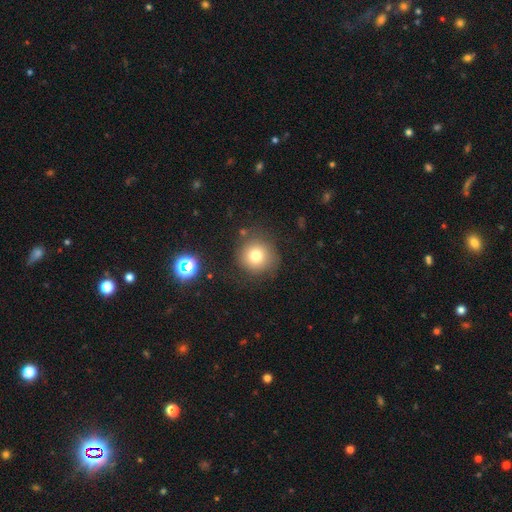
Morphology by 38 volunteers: type=smooth (82%); roundness=round (97%); merging=none (89%).